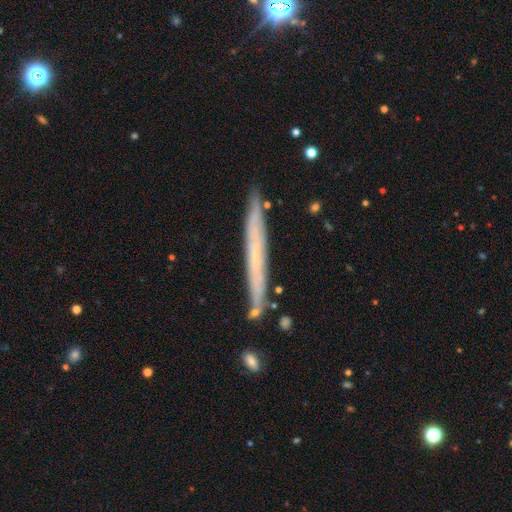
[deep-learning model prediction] smooth-or-featured: featured or disk: 54% | smooth: 39% | star or artifact: 7%
  disk-edge-on: yes: 93% | no: 7%
  merging: none: 86% | minor disturbance: 10% | merger: 2% | major disturbance: 2%